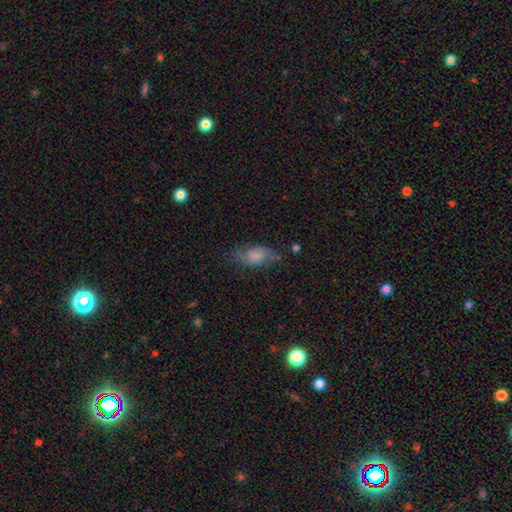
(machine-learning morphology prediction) Overall: smooth (59%; featured or disk 31%). How rounded: in between (86%). Merging: none (58%; minor disturbance 26%).